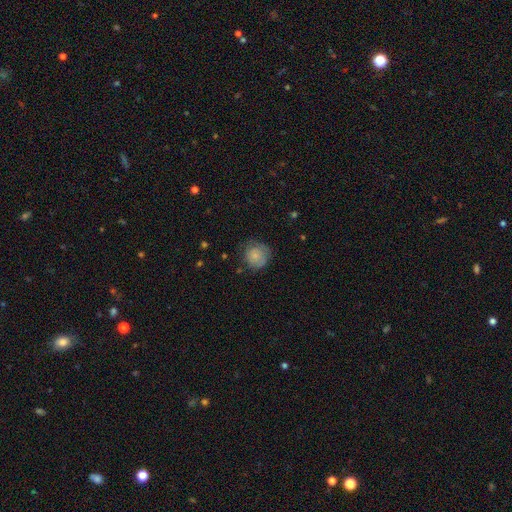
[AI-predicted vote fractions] smooth_or_featured: smooth (p=0.74) [alt: featured or disk p=0.18]
how_rounded: round (p=0.88) [alt: in between p=0.11]
merging: none (p=0.64) [alt: minor disturbance p=0.25]